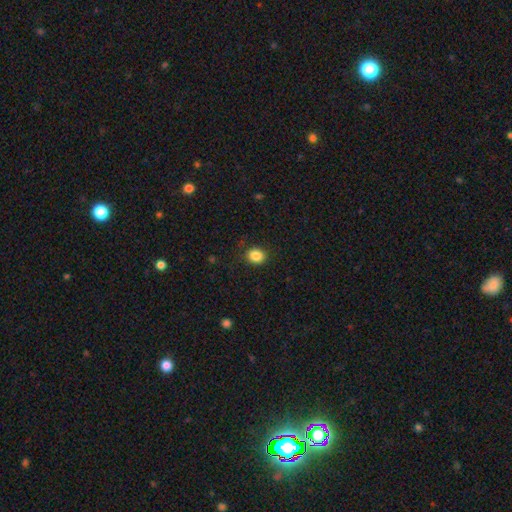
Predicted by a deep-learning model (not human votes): This appears to be a smooth galaxy with no disk features (86%) that is round (64%). Merging: none (87%).